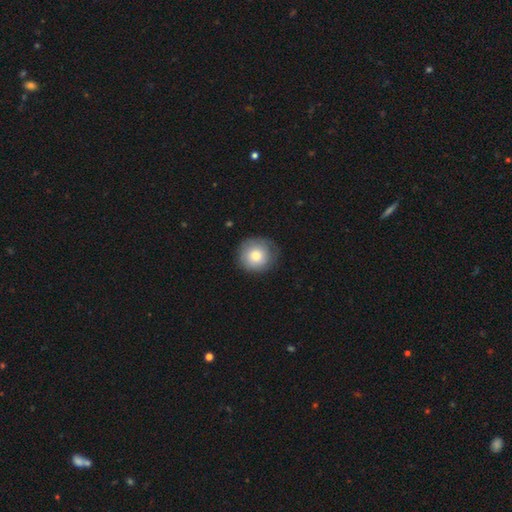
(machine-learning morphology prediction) This is likely a smooth galaxy (79%). How rounded: clearly round (92%). Merging: likely none (79%).